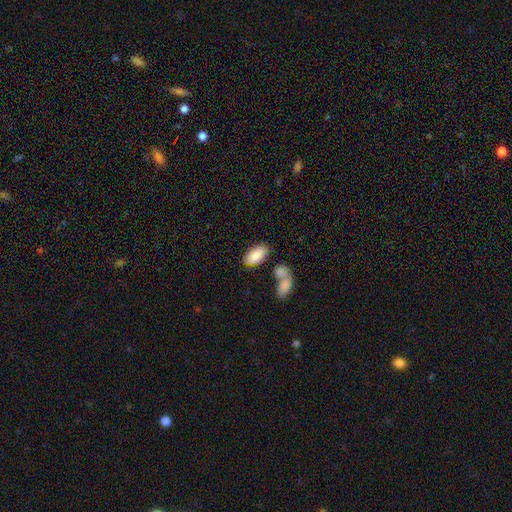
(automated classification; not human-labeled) A smooth galaxy with no disk features (86%) that is in between round and cigar-shaped (95%). Merging: none (66%).